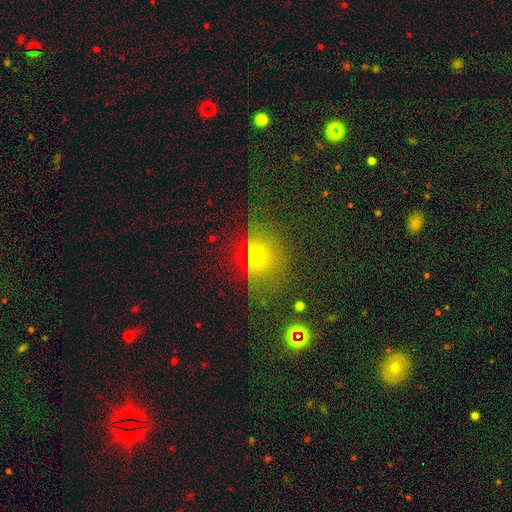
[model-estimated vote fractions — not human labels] smooth_or_featured: smooth (p=0.46) [alt: star or artifact p=0.36]
merging: none (p=0.69) [alt: minor disturbance p=0.18]